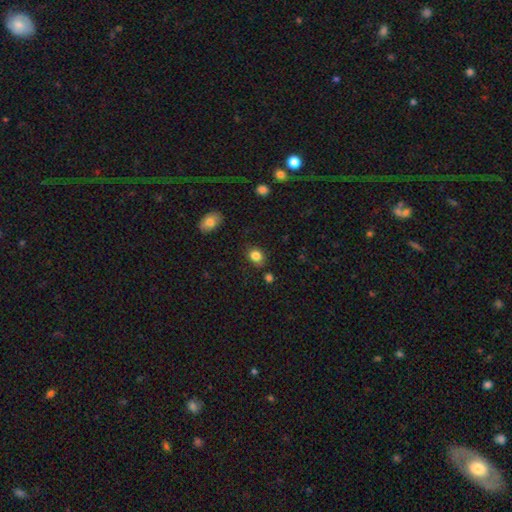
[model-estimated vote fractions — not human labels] smooth-or-featured: smooth: 84% | star or artifact: 10% | featured or disk: 6%
  how-rounded: in between: 52% | round: 47% | cigar-shaped: 1%
  merging: none: 78% | minor disturbance: 15% | major disturbance: 3% | merger: 3%